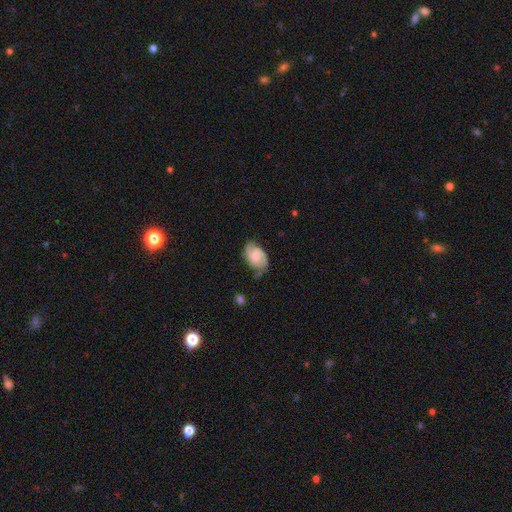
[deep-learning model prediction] This is likely a featured or disk galaxy (68%). It is clearly not viewed edge-on (97%). Bar: possibly no (52%). Spiral arm pattern: clearly yes (93%). Spiral arm count: clearly 2 (84%). Spiral winding: possibly medium (46%). Central bulge: marginally moderate (29%). Merging: likely none (65%).